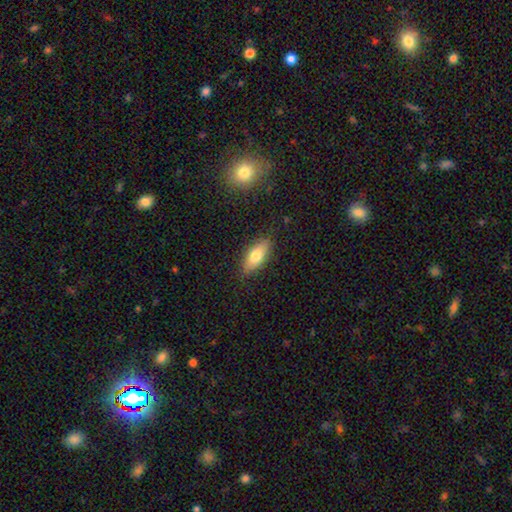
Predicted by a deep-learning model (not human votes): Q: Smooth or featured?
A: smooth (73%); runner-up: featured or disk (20%)
Q: How rounded?
A: in between (77%); runner-up: cigar-shaped (20%)
Q: Merging?
A: none (84%); runner-up: minor disturbance (12%)